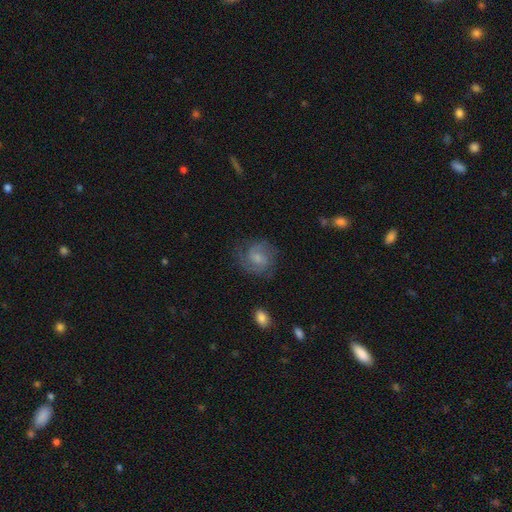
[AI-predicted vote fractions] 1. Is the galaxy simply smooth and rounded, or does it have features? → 69% featured or disk, 20% smooth, 11% star or artifact.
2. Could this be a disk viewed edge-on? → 98% no, 2% yes.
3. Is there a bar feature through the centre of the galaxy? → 47% no, 45% weak, 8% strong.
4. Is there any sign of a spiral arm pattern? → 93% yes, 7% no.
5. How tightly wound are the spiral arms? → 44% medium (tied), 44% tight (tied), 13% loose.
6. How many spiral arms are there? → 62% 2, 19% can't tell, 9% 3, 5% 1, 3% 4, 3% more than 4.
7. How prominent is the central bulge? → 49% small, 33% moderate, 13% none, 4% large, 1% dominant.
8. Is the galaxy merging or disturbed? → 75% none, 15% minor disturbance, 8% major disturbance, 1% merger.